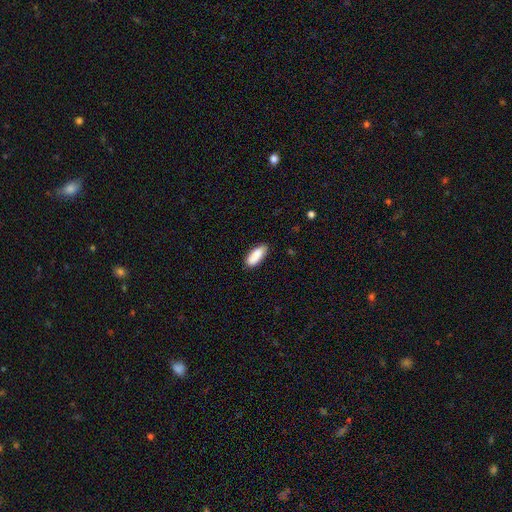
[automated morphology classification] type=smooth (89%); roundness=in between (81%); merging=none (81%).